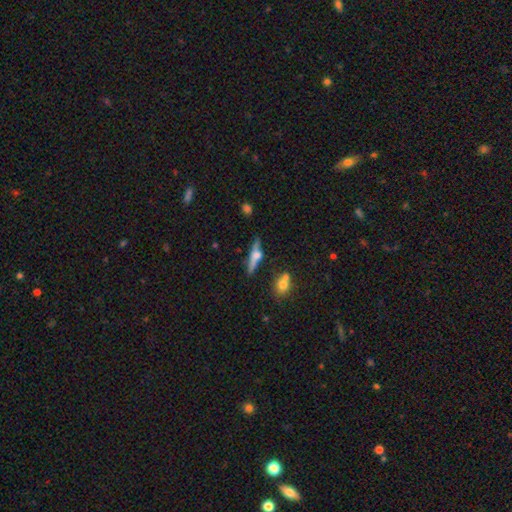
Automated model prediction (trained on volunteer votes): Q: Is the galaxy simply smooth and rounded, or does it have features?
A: featured or disk — 56%.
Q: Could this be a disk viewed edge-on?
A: yes — 92%.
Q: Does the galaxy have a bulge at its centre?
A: rounded — 83%.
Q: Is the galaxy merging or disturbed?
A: none — 66%.